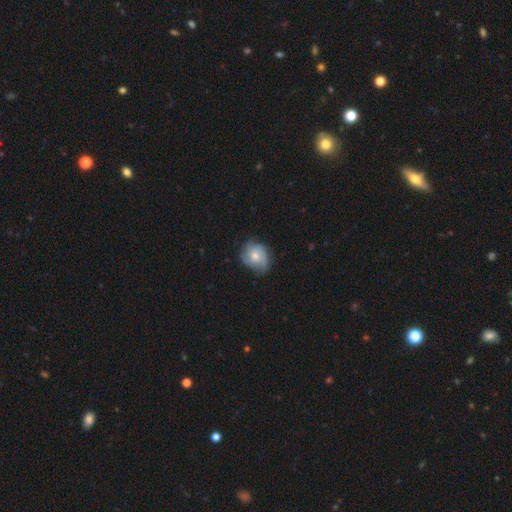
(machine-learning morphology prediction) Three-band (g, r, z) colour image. It shows a featured or disk galaxy (58%) with no bar (77%), spiral arms (88%) and a moderate central bulge (62%). Merging: none (70%).